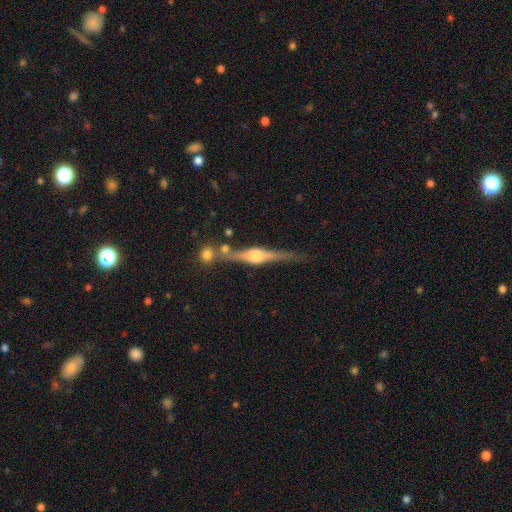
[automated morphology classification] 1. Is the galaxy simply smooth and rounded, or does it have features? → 84% featured or disk, 11% smooth, 6% star or artifact.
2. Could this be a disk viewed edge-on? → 97% yes, 3% no.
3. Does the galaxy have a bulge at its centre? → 91% rounded, 7% boxy, 2% none.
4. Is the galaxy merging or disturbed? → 74% none, 12% minor disturbance, 10% merger, 3% major disturbance.